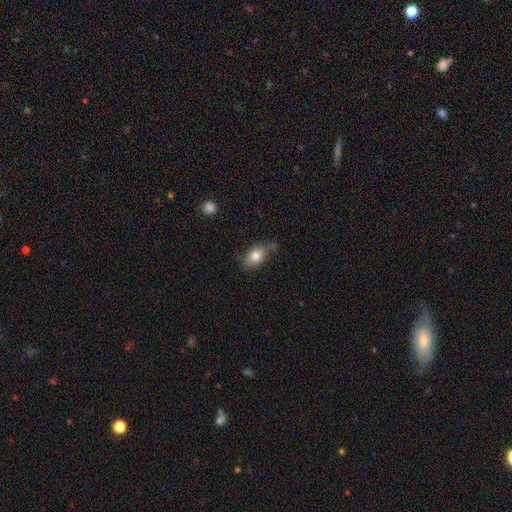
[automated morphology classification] Overall: smooth (79%). How rounded: in between (84%). Merging: none (66%).